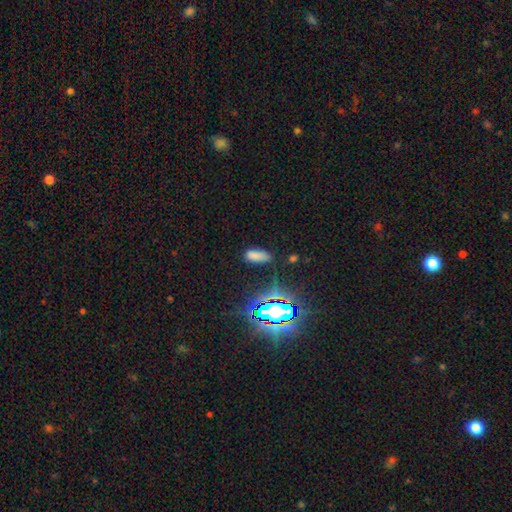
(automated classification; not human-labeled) Q: Smooth or featured?
A: smooth (70%); runner-up: star or artifact (24%)
Q: How rounded?
A: in between (80%); runner-up: cigar-shaped (17%)
Q: Merging?
A: none (73%); runner-up: minor disturbance (17%)